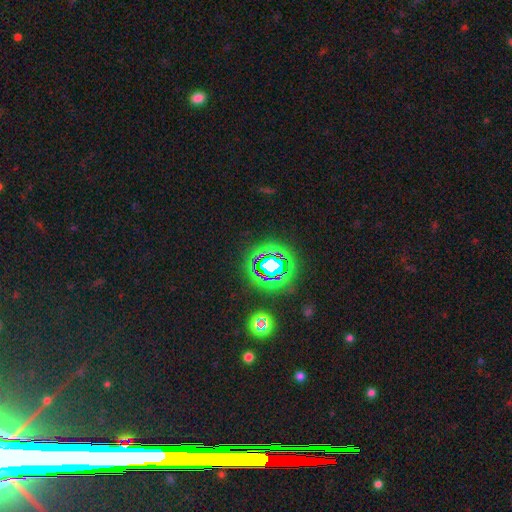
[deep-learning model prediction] Smooth or featured? star or artifact (78%)